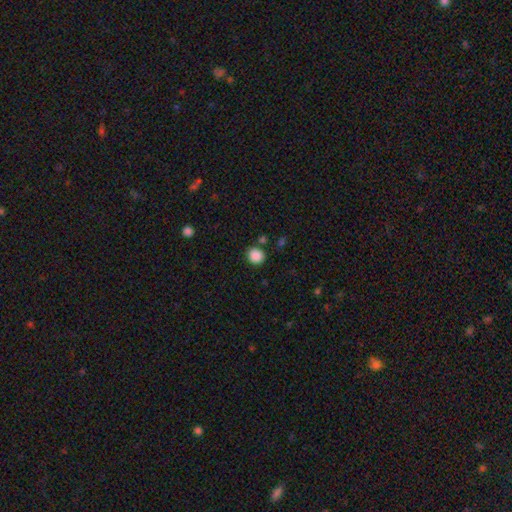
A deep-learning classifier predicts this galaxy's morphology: Smooth or featured: smooth — 88% (star or artifact — 10%)
How rounded: round — 88% (in between — 11%)
Merging: none — 83% (minor disturbance — 9%)